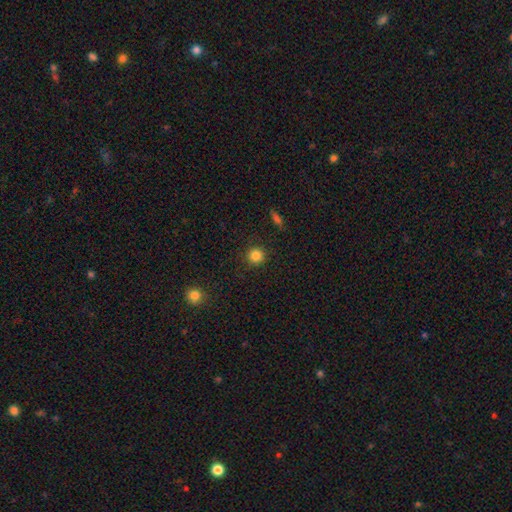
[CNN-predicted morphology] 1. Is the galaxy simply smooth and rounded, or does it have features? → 84% smooth, 12% star or artifact, 4% featured or disk.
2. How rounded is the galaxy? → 94% round, 5% in between, 1% cigar-shaped.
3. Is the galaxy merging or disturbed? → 90% none, 6% minor disturbance, 2% major disturbance, 1% merger.